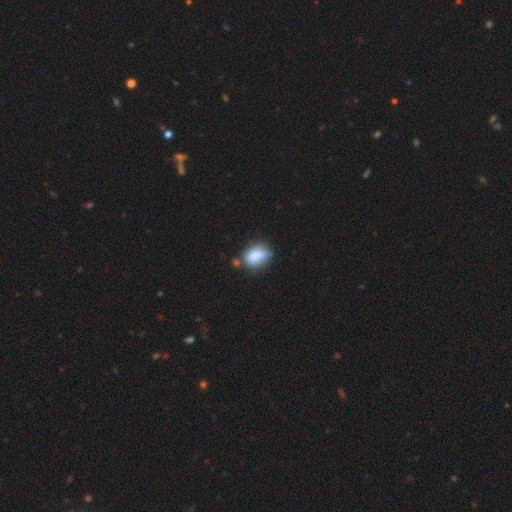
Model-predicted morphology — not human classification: smooth-or-featured: smooth: 81% | featured or disk: 10% | star or artifact: 9%
  how-rounded: in between: 77% | round: 19% | cigar-shaped: 4%
  merging: none: 57% | minor disturbance: 27% | merger: 9% | major disturbance: 6%